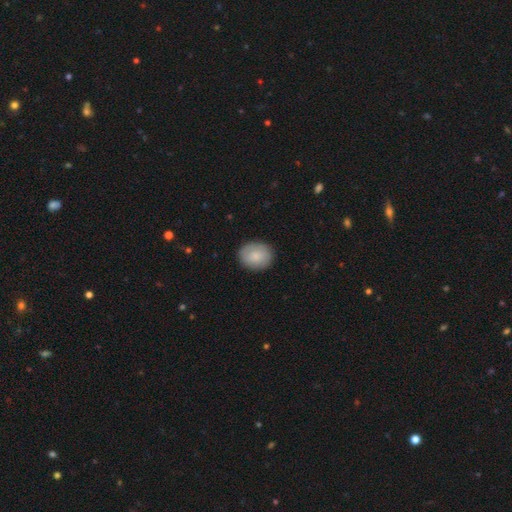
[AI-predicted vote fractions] Q: Smooth or featured?
A: smooth (83%); runner-up: featured or disk (11%)
Q: How rounded?
A: round (59%); runner-up: in between (40%)
Q: Merging?
A: none (87%); runner-up: minor disturbance (9%)